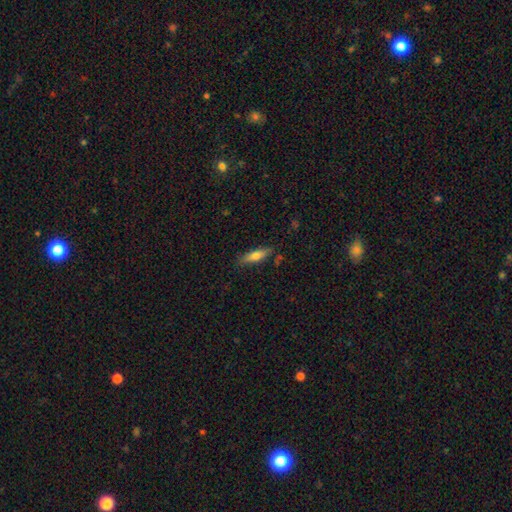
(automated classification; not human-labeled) smooth 68%, featured or disk 25%, star or artifact 7%. Down the decision tree: how rounded — cigar-shaped (62%); merging — none (81%).